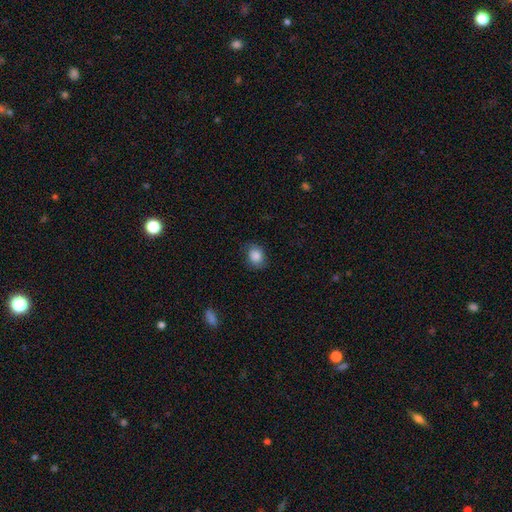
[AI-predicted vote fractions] Smooth or featured? smooth (83%)
How rounded? round (53%)
Merging? none (73%)